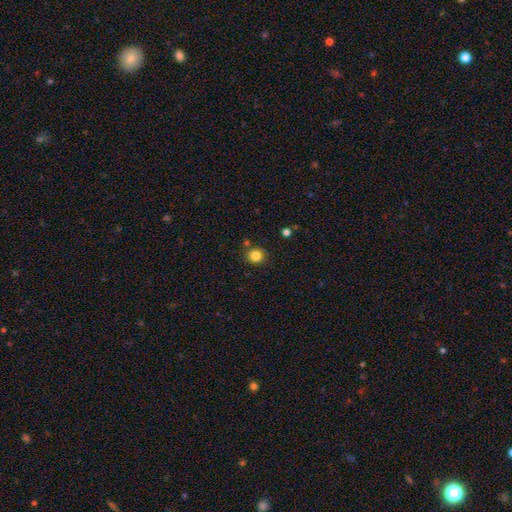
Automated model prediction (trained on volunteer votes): Smooth or featured?
  - smooth: 83% *
  - star or artifact: 12%
  - featured or disk: 5%
How rounded?
  - round: 90% *
  - in between: 9%
  - cigar-shaped: 1%
Merging?
  - none: 85% *
  - minor disturbance: 8%
  - merger: 5%
  - major disturbance: 2%